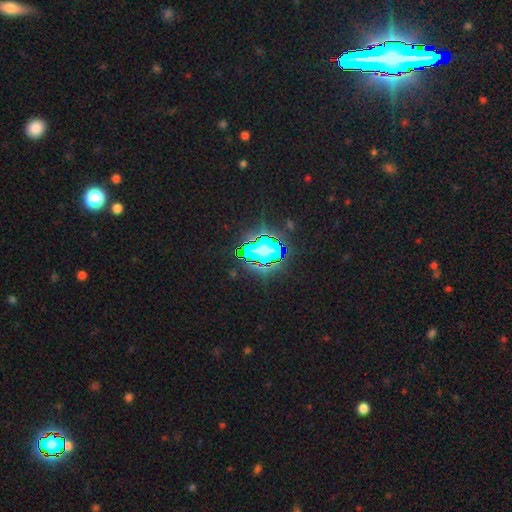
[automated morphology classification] Smooth or featured?
  - star or artifact: 71% *
  - smooth: 18%
  - featured or disk: 11%